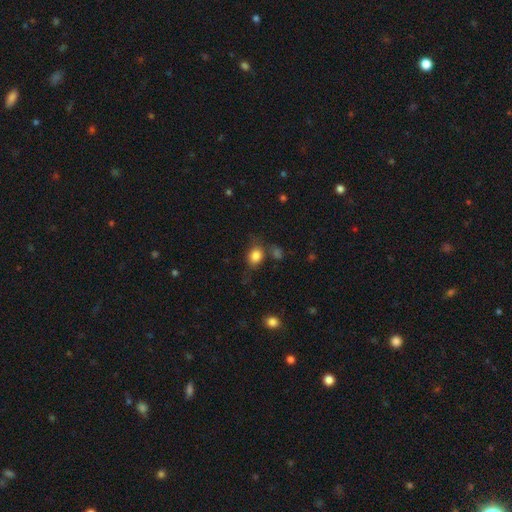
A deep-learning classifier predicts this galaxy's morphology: A smooth galaxy with no disk features (83%) that is in between round and cigar-shaped (52%). Merging: none (65%).